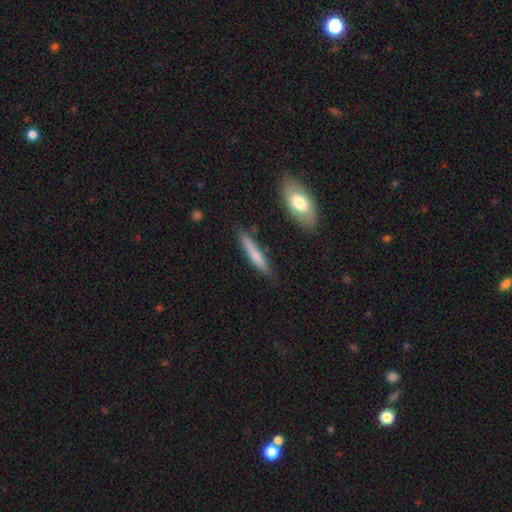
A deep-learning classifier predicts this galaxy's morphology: smooth-or-featured: smooth: 70% | featured or disk: 24% | star or artifact: 6%
  how-rounded: cigar-shaped: 90% | in between: 9% | round: 2%
  merging: none: 82% | minor disturbance: 12% | merger: 4% | major disturbance: 2%